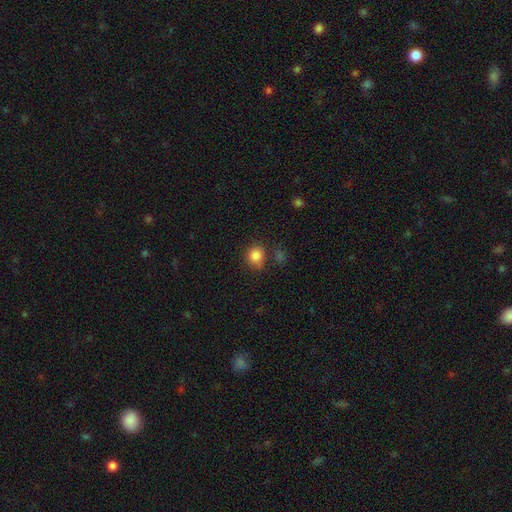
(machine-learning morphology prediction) A smooth galaxy with no disk features (83%) that is round (80%). Merging: none (74%).